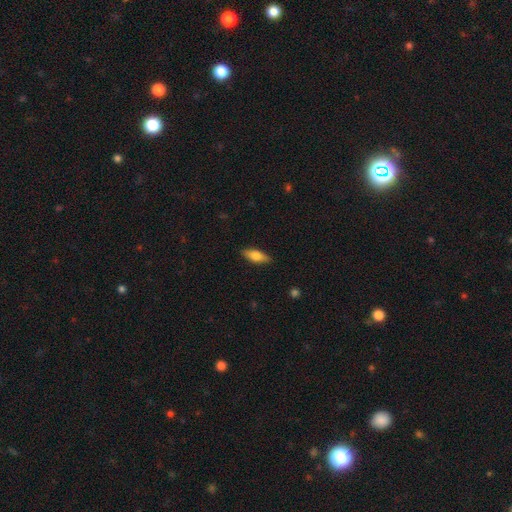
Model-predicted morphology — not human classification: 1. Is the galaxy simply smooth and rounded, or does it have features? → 74% smooth, 20% featured or disk, 6% star or artifact.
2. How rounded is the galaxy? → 71% in between, 27% cigar-shaped, 3% round.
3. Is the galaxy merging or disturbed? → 87% none, 10% minor disturbance, 2% major disturbance, 1% merger.